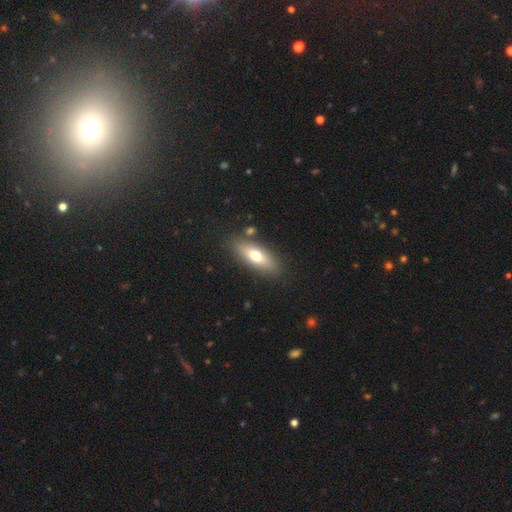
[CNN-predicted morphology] Smooth or featured? Predicted: smooth (p=0.64). How rounded? Predicted: in between (p=0.65). Merging? Predicted: none (p=0.82).